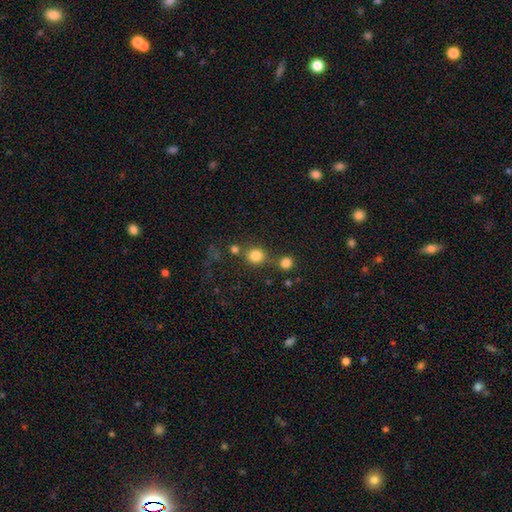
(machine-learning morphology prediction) A smooth galaxy with no disk features (82%) that is round (84%). Merging: none (70%).